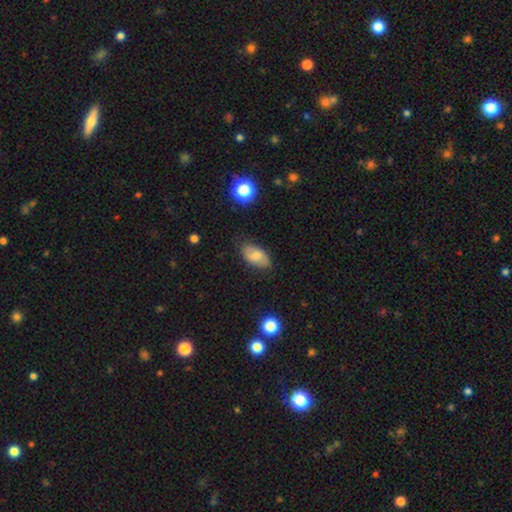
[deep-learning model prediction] Smooth or featured: smooth — 70% (featured or disk — 22%)
How rounded: in between — 93% (round — 5%)
Merging: none — 77% (minor disturbance — 18%)